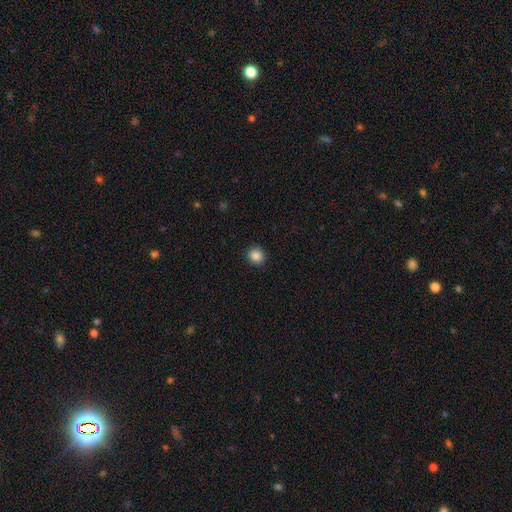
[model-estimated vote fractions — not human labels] Overall: smooth (86%). How rounded: round (88%). Merging: none (91%).